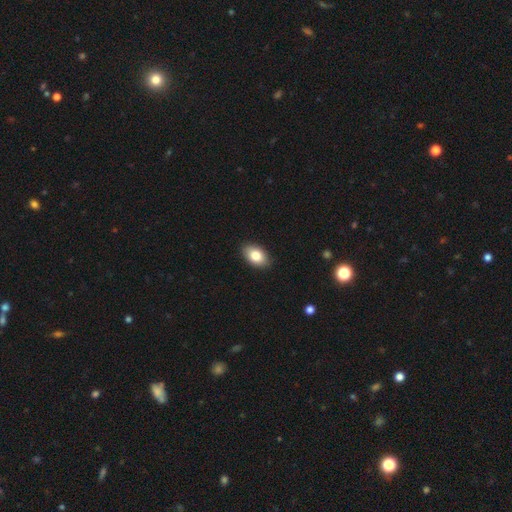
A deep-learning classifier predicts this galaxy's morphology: The model was most divided on "smooth or featured": smooth: 82%, featured or disk: 10%, star or artifact: 7%. More confident: how rounded — in between (90%); merging — none (88%).